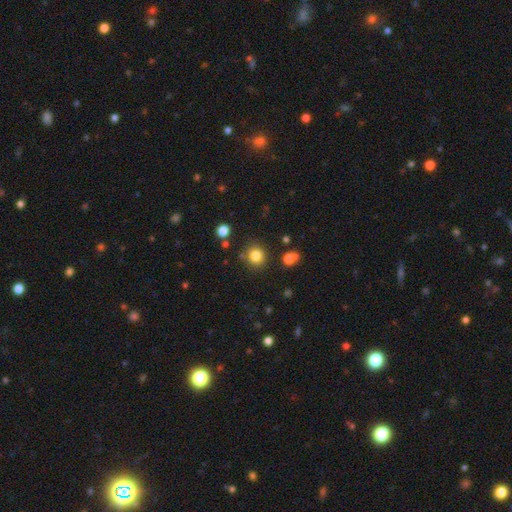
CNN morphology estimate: smooth_or_featured: smooth (p=0.82) [alt: star or artifact p=0.12]
how_rounded: round (p=0.88) [alt: in between p=0.11]
merging: none (p=0.83) [alt: minor disturbance p=0.09]